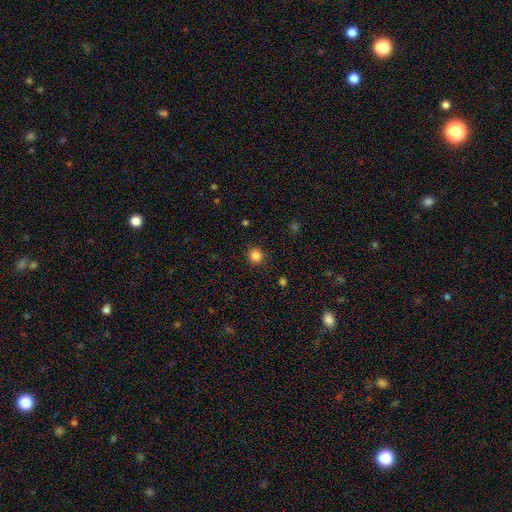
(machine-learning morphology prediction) type=smooth (85%); roundness=round (90%); merging=none (89%).